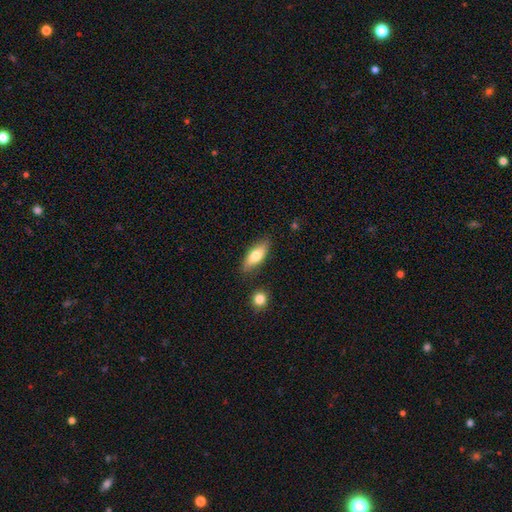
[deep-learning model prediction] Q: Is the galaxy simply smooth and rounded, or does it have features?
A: smooth — 73%.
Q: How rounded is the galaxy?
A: in between — 69%.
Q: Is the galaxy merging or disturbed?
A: none — 81%.